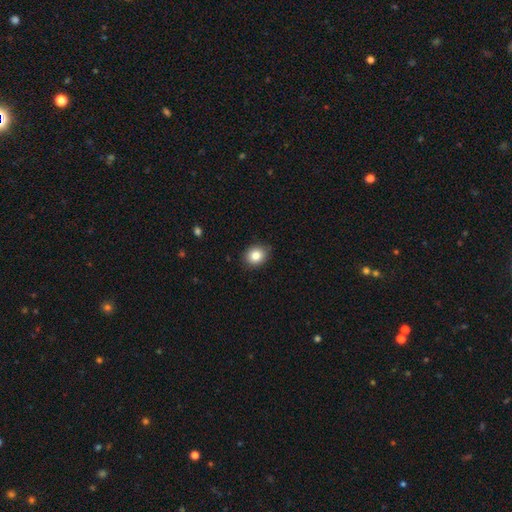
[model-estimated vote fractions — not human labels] Smooth or featured?
  - smooth: 83% *
  - star or artifact: 9%
  - featured or disk: 7%
How rounded?
  - round: 64% *
  - in between: 35%
  - cigar-shaped: 1%
Merging?
  - none: 85% *
  - minor disturbance: 12%
  - major disturbance: 2%
  - merger: 1%